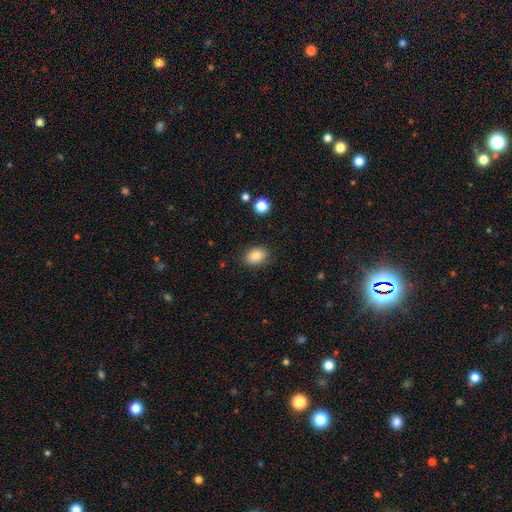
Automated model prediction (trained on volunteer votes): smooth-or-featured: smooth: 84% | star or artifact: 9% | featured or disk: 7%
  how-rounded: in between: 72% | round: 27% | cigar-shaped: 1%
  merging: none: 84% | minor disturbance: 12% | major disturbance: 3% | merger: 1%